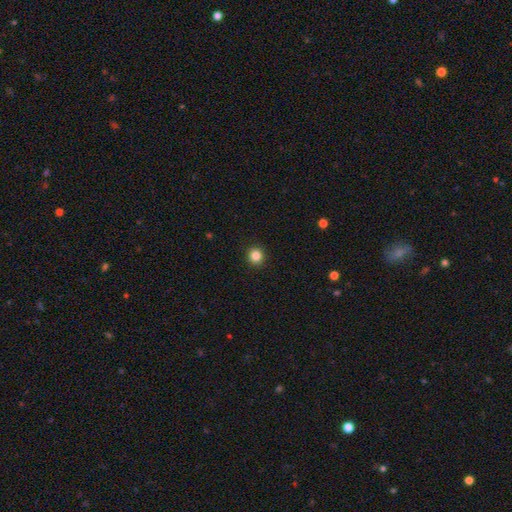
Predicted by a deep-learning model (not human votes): Overall: smooth (85%). How rounded: round (94%). Merging: none (93%).